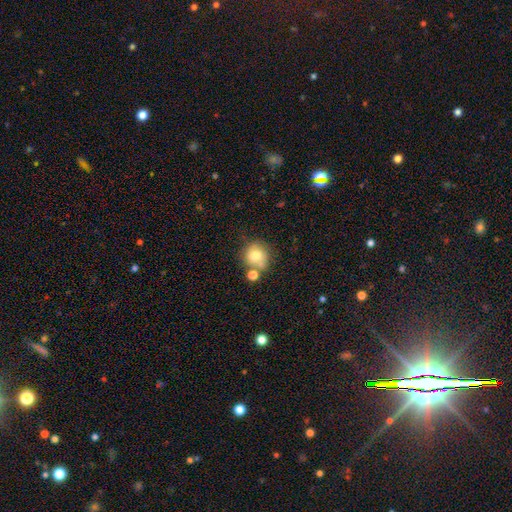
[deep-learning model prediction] Q: Smooth or featured?
A: smooth (75%); runner-up: featured or disk (15%)
Q: How rounded?
A: round (85%); runner-up: in between (14%)
Q: Merging?
A: none (56%); runner-up: merger (24%)